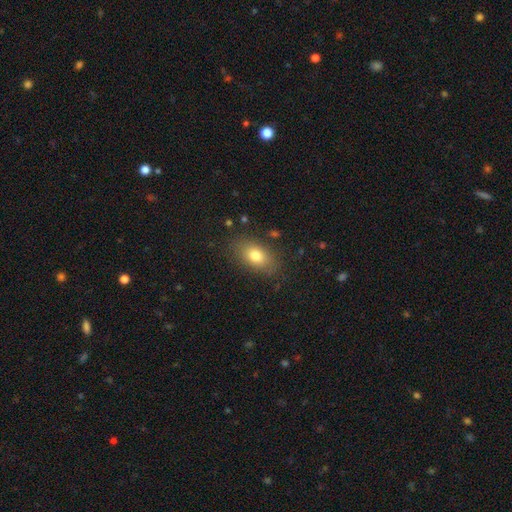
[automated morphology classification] Smooth or featured?
  - smooth: 78% *
  - featured or disk: 12%
  - star or artifact: 10%
How rounded?
  - in between: 84% *
  - round: 13%
  - cigar-shaped: 3%
Merging?
  - none: 82% *
  - minor disturbance: 12%
  - major disturbance: 4%
  - merger: 1%